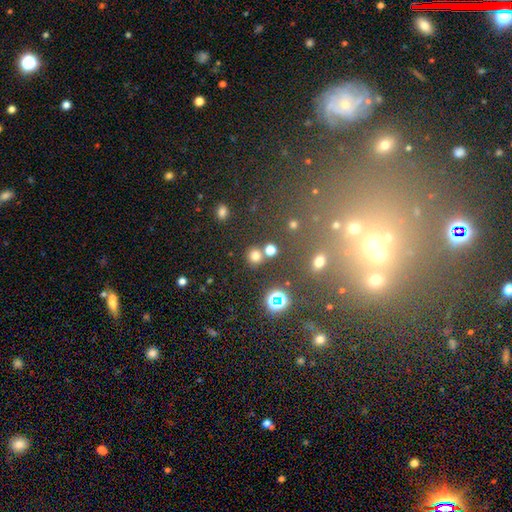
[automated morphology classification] Overall: smooth (71%). How rounded: round (90%). Merging: none (77%).